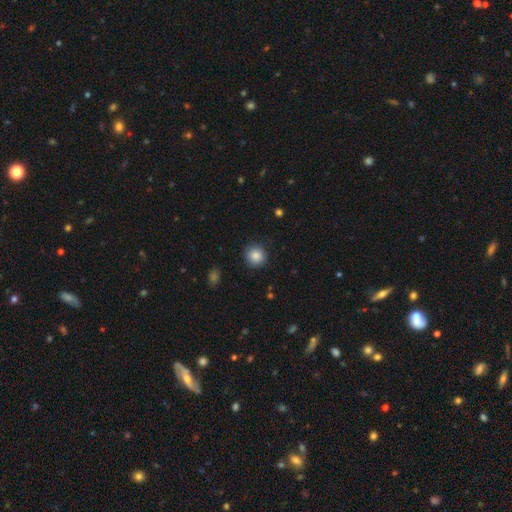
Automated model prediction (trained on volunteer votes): A smooth galaxy with no disk features (87%) that is round (92%).

Vote fractions:
- Smooth or featured? smooth: 87% / star or artifact: 9% / featured or disk: 4%
- How rounded? round: 92% / in between: 7% / cigar-shaped: 1%
- Merging? none: 89% / minor disturbance: 8% / major disturbance: 2% / merger: 1%